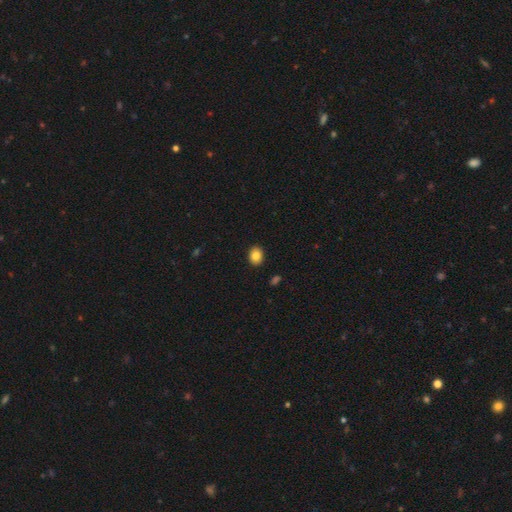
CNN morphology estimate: A smooth galaxy with no disk features (86%) that is in between round and cigar-shaped (53%). Merging: none (91%).